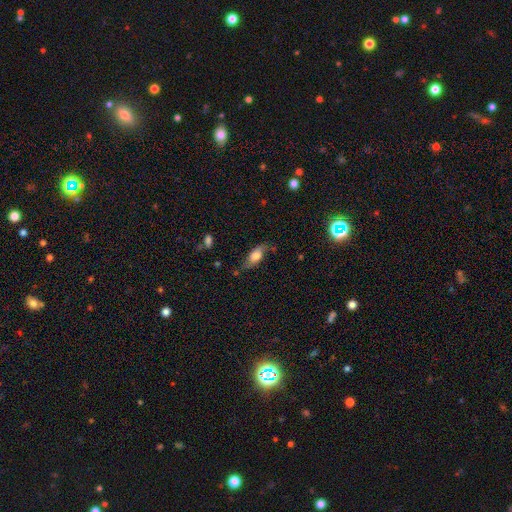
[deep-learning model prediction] This is possibly a smooth galaxy (49%). Merging: likely none (62%).